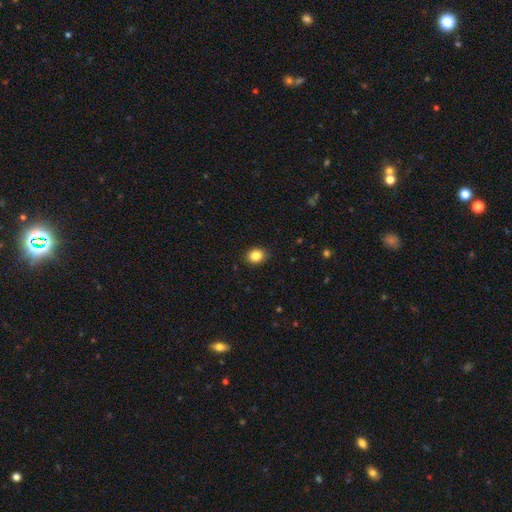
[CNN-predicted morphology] The model was most divided on "how rounded": round: 59%, in between: 40%, cigar-shaped: 1%. More confident: merging — none (89%); smooth or featured — smooth (85%).